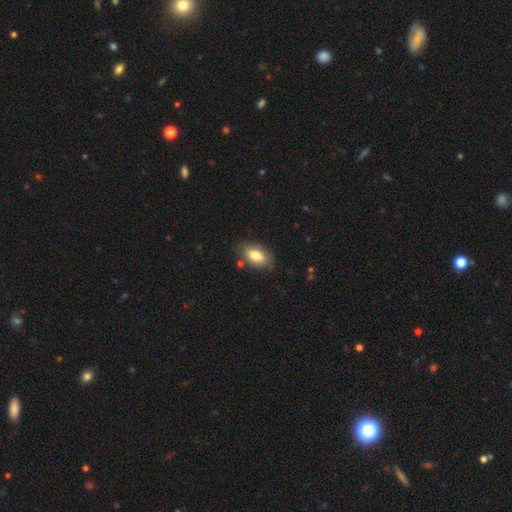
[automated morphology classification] This is likely a smooth galaxy (80%). How rounded: clearly in between (91%). Merging: likely none (78%).